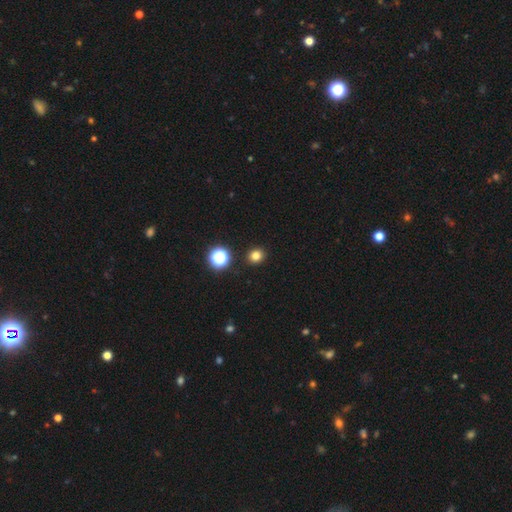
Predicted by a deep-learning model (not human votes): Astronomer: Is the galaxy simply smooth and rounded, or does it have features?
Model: smooth — 79%.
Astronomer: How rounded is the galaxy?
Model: round — 84%.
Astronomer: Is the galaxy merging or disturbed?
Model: none — 92%.